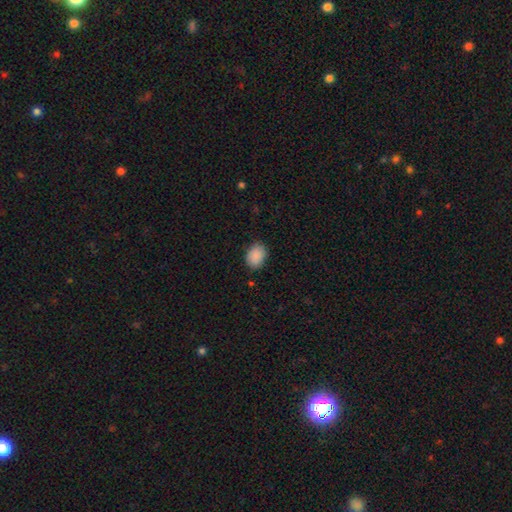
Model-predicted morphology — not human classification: A smooth galaxy with no disk features (89%) that is in between round and cigar-shaped (67%).

Vote fractions:
- Smooth or featured? smooth: 89% / star or artifact: 7% / featured or disk: 3%
- How rounded? in between: 67% / round: 32% / cigar-shaped: 1%
- Merging? none: 84% / minor disturbance: 12% / major disturbance: 3% / merger: 1%